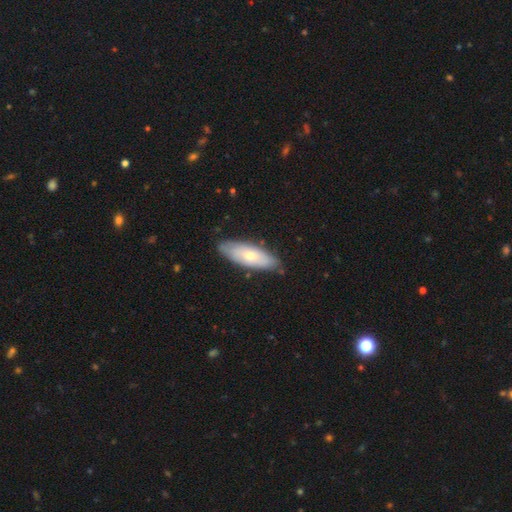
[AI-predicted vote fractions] This is possibly a smooth galaxy (60%). How rounded: likely in between (70%). Merging: clearly none (80%).